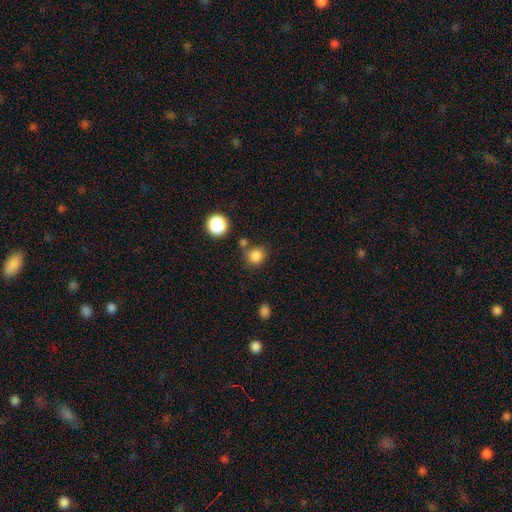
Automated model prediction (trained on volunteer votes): Smooth or featured? Predicted: smooth (p=0.83). How rounded? Predicted: round (p=0.88). Merging? Predicted: none (p=0.68).